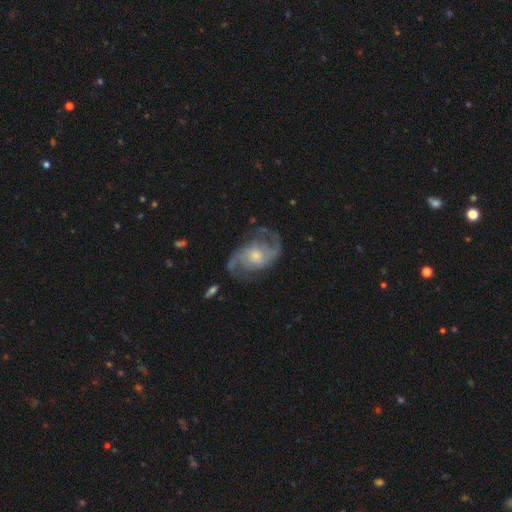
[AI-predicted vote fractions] Q: Smooth or featured?
A: featured or disk (88%); runner-up: smooth (7%)
Q: Edge-on disk?
A: no (97%); runner-up: yes (3%)
Q: Bar?
A: no (59%); runner-up: weak (35%)
Q: Spiral arms?
A: yes (96%); runner-up: no (4%)
Q: Spiral winding?
A: medium (50%); runner-up: loose (35%)
Q: Spiral arm count?
A: 2 (88%); runner-up: can't tell (4%)
Q: Bulge size?
A: moderate (52%); runner-up: small (35%)
Q: Merging?
A: none (71%); runner-up: minor disturbance (17%)